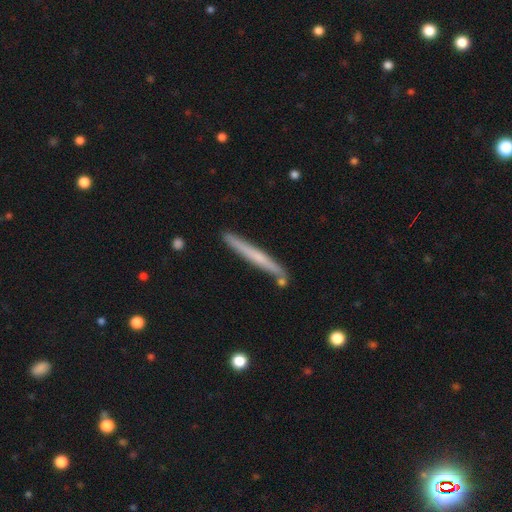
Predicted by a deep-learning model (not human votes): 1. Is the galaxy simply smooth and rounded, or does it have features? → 49% smooth, 45% featured or disk, 6% star or artifact.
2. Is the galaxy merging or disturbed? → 84% none, 10% minor disturbance, 4% merger, 2% major disturbance.